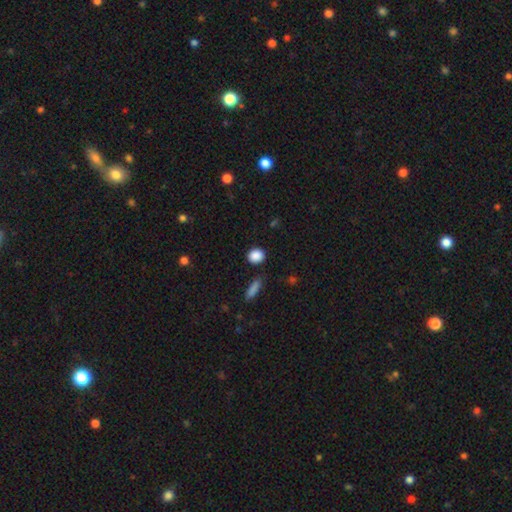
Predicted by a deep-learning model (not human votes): Smooth or featured? smooth (88%)
How rounded? round (73%)
Merging? none (86%)